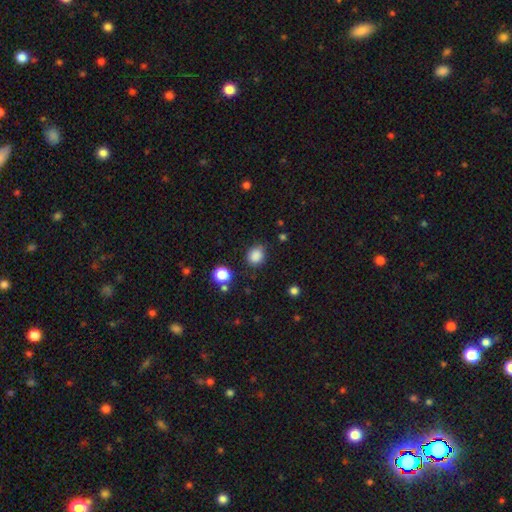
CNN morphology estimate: Q: Smooth or featured?
A: smooth (85%); runner-up: star or artifact (11%)
Q: How rounded?
A: round (70%); runner-up: in between (29%)
Q: Merging?
A: none (76%); runner-up: minor disturbance (17%)